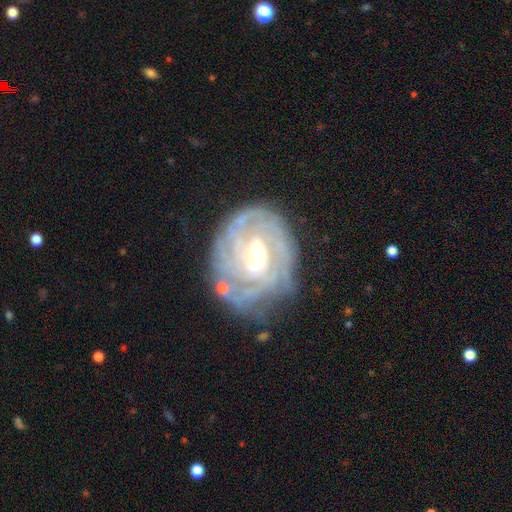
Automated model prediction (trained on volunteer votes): featured or disk 84%, smooth 10%, star or artifact 6%. Down the decision tree: edge-on disk — no (96%); bar — weak (51%); spiral arms — yes (91%); spiral arm count — can't tell (45%); spiral winding — tight (75%); bulge size — moderate (58%); merging — none (67%).